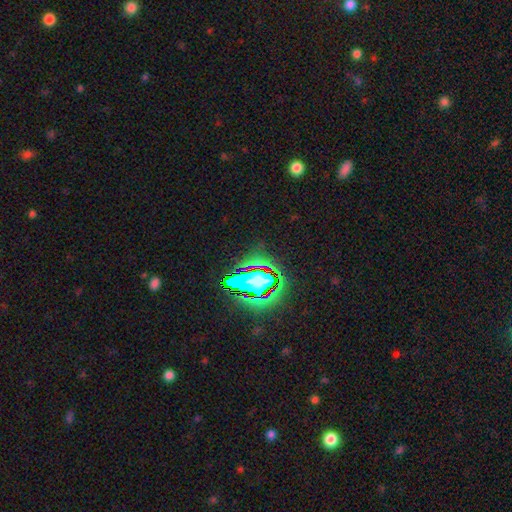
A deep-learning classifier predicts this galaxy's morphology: This is likely a star or artifact rather than a galaxy (65%).